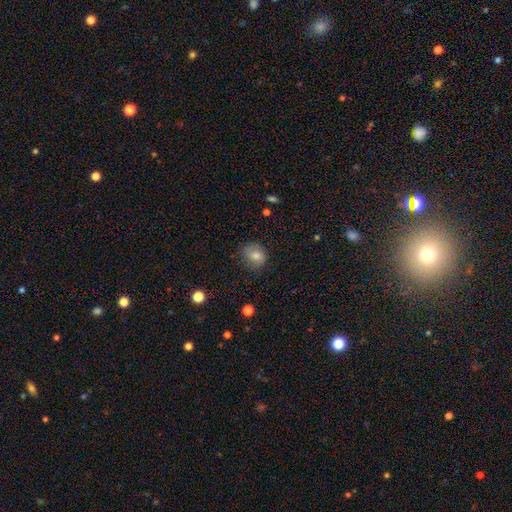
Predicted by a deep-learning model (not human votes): A smooth galaxy with no disk features (73%) that is round (58%). Merging: none (74%).